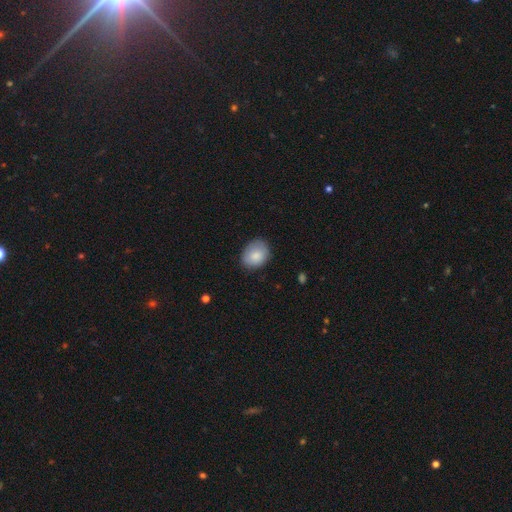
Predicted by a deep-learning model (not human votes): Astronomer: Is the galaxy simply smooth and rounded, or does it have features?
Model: smooth — 84%.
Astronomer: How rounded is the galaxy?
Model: in between — 61% (runner-up: round, 38%).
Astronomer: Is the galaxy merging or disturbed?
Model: none — 78%.